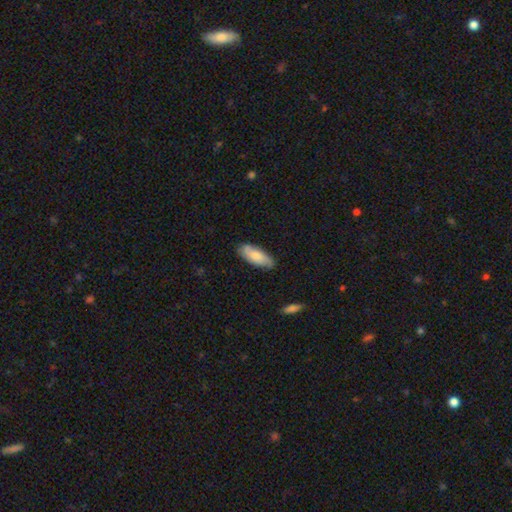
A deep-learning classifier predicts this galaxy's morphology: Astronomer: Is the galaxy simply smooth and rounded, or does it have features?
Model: smooth — 70%.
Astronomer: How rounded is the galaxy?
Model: in between — 76%.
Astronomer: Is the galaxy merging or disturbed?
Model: none — 79%.